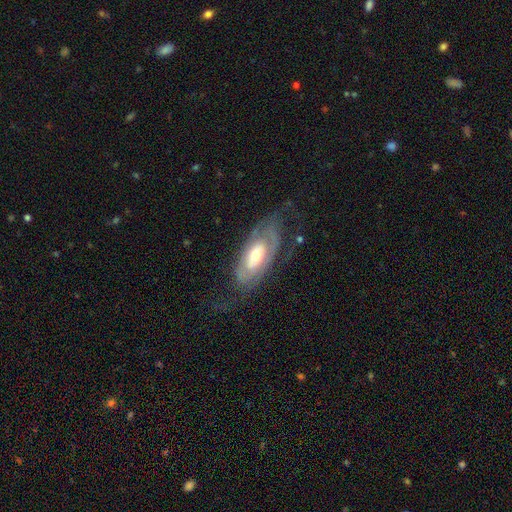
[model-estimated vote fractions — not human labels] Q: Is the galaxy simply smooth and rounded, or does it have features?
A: featured or disk — 72%.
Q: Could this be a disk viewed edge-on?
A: no — 89%.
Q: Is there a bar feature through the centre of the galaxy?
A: no — 65%.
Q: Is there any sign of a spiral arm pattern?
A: yes — 79%.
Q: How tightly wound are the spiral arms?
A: tight — 55%.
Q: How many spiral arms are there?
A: can't tell — 43%.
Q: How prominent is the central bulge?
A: moderate — 59%.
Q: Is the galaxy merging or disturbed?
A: none — 57%.